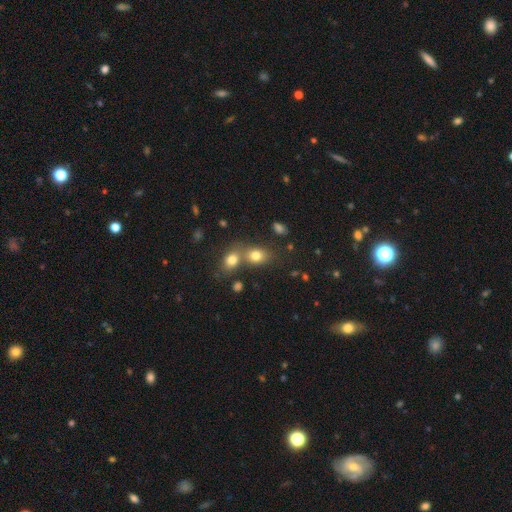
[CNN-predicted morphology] This is likely a smooth galaxy (78%). How rounded: likely in between (66%). Merging: marginally none (45%).